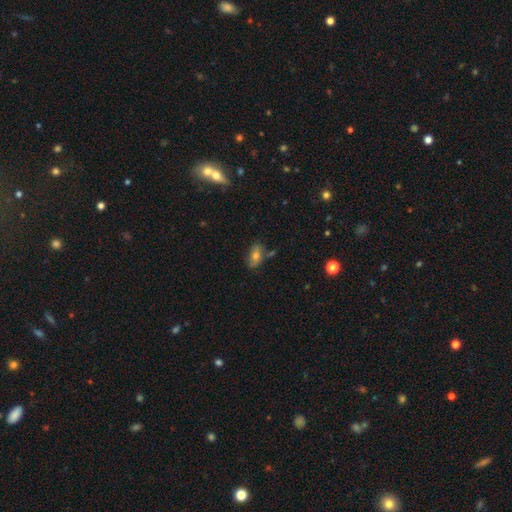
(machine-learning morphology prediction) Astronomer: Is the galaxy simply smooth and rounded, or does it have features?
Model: smooth — 63%.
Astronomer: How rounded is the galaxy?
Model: in between — 85%.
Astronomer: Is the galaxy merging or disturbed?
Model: none — 69%.